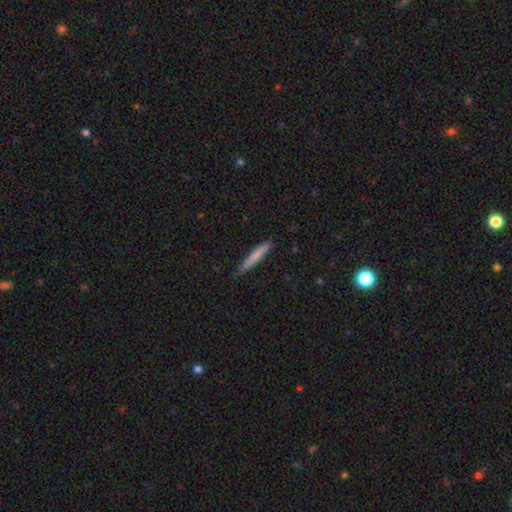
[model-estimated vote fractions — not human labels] Morphology: type=smooth (75%); roundness=cigar-shaped (95%); merging=none (82%).